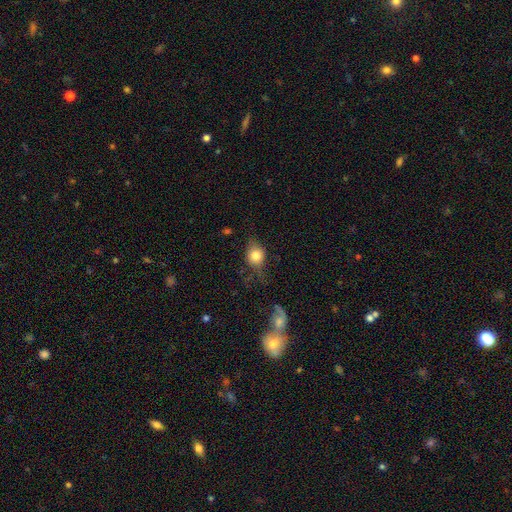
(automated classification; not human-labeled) Overall: smooth (71%). How rounded: round (60%; in between 38%). Merging: none (58%; minor disturbance 27%).